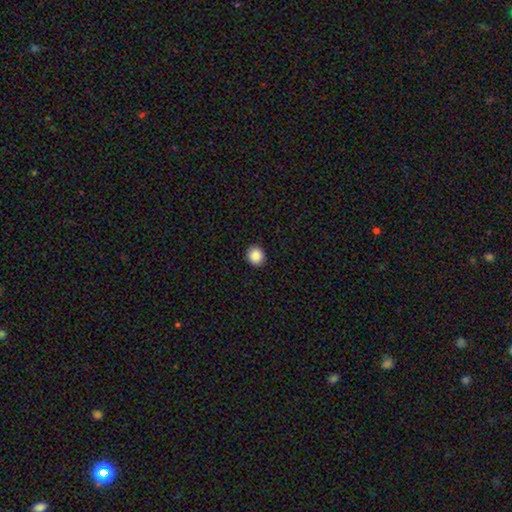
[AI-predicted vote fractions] smooth_or_featured: smooth (p=0.88) [alt: star or artifact p=0.09]
how_rounded: round (p=0.84) [alt: in between p=0.15]
merging: none (p=0.92) [alt: minor disturbance p=0.05]